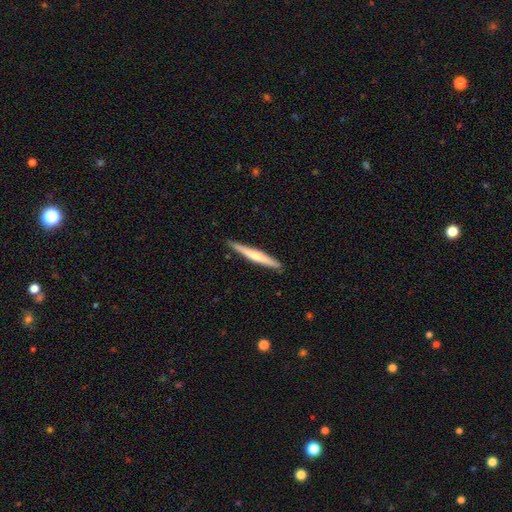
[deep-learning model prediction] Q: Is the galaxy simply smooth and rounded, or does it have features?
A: featured or disk — 49%.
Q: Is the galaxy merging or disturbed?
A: none — 90%.